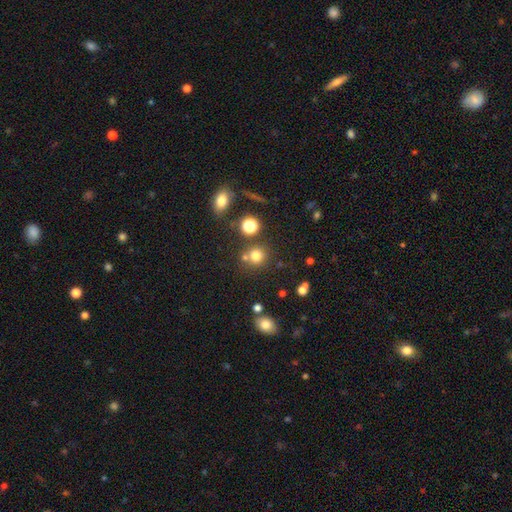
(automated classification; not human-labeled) smooth-or-featured: smooth: 73% | star or artifact: 19% | featured or disk: 8%
  how-rounded: round: 88% | in between: 11% | cigar-shaped: 1%
  merging: none: 69% | merger: 17% | minor disturbance: 10% | major disturbance: 4%